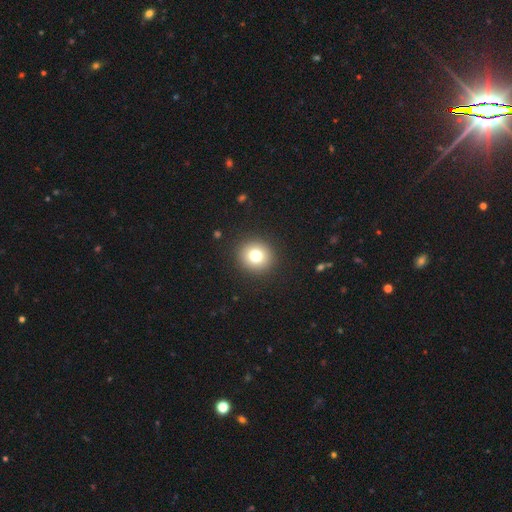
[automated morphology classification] This is likely a smooth galaxy (77%). How rounded: clearly round (89%). Merging: clearly none (91%).